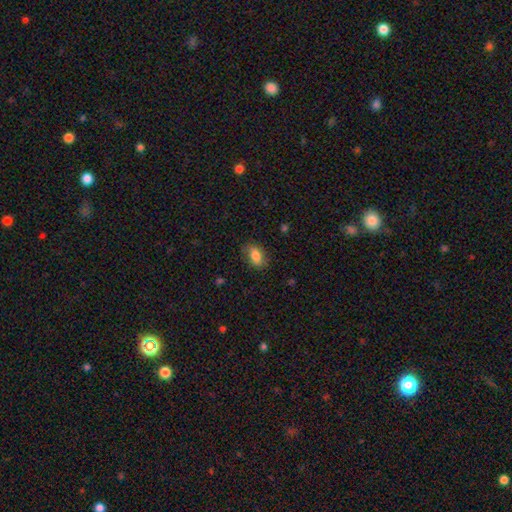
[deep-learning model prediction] A smooth galaxy with no disk features (83%) that is in between round and cigar-shaped (88%). Merging: none (77%).